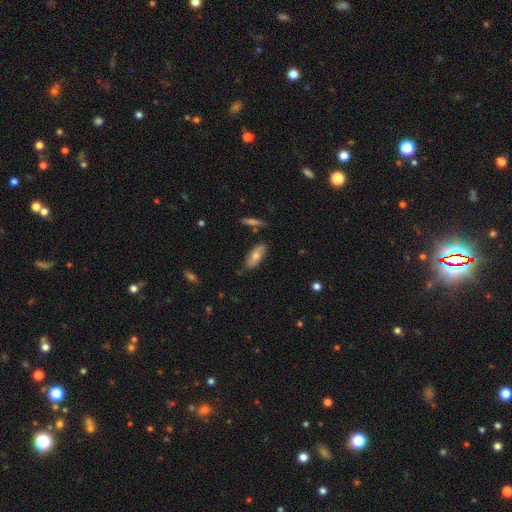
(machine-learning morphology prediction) smooth_or_featured: smooth (p=0.64) [alt: featured or disk p=0.29]
how_rounded: in between (p=0.78) [alt: cigar-shaped p=0.19]
merging: none (p=0.78) [alt: minor disturbance p=0.16]